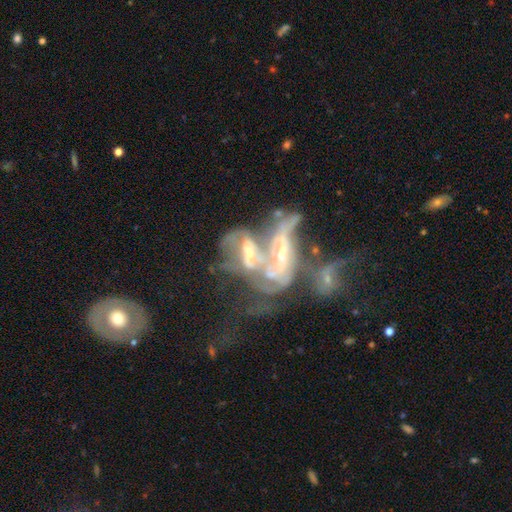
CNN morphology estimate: type=featured or disk (77%); edge-on=no (93%); bar=no (53%); spiral arms=yes (68%); bulge=small (45%); merging=merger (72%).